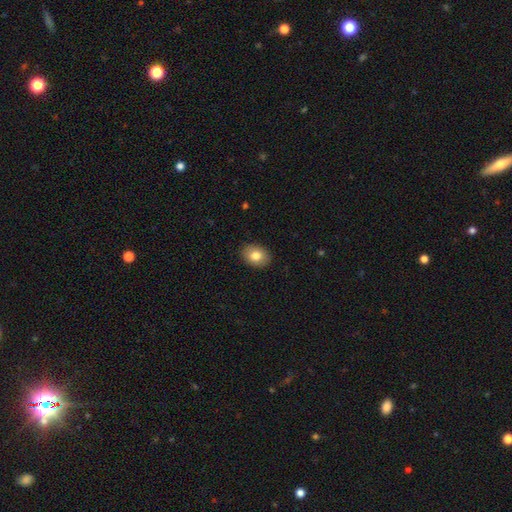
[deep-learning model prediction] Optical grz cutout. It shows a smooth galaxy with no disk features (80%) that is in between round and cigar-shaped (64%). Merging: none (90%).